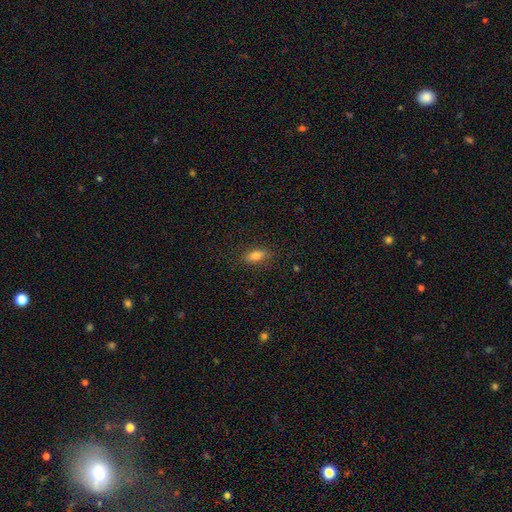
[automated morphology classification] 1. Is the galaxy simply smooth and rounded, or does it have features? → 81% smooth, 10% featured or disk, 9% star or artifact.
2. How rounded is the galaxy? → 78% in between, 18% cigar-shaped, 4% round.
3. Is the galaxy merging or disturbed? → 85% none, 11% minor disturbance, 3% major disturbance, 1% merger.